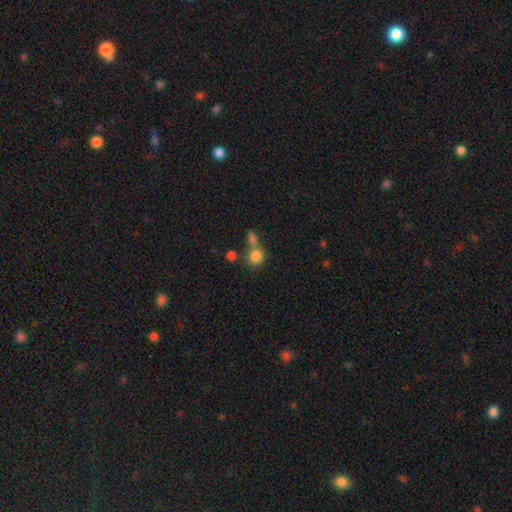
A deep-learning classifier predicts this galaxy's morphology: Q: Smooth or featured?
A: smooth (81%); runner-up: star or artifact (11%)
Q: How rounded?
A: round (79%); runner-up: in between (20%)
Q: Merging?
A: none (48%); runner-up: merger (36%)